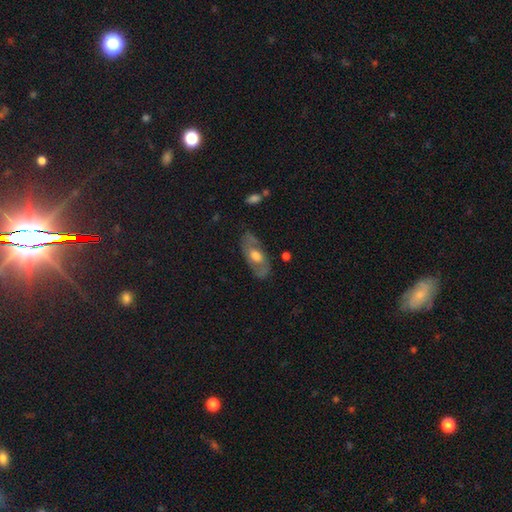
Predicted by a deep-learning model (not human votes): Smooth or featured?
  - featured or disk: 56% *
  - smooth: 39%
  - star or artifact: 6%
Edge-on disk?
  - no: 84% *
  - yes: 16%
Merging?
  - none: 74% *
  - minor disturbance: 18%
  - major disturbance: 7%
  - merger: 2%